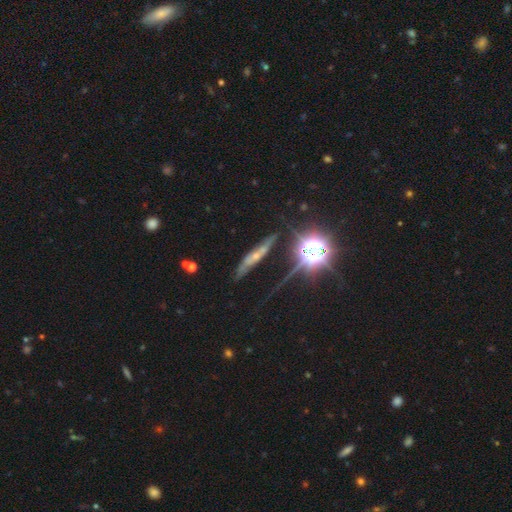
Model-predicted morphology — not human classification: Overall: featured or disk (52%; star or artifact 27%). Edge-on disk: yes (63%; no 37%). Merging: none (66%).